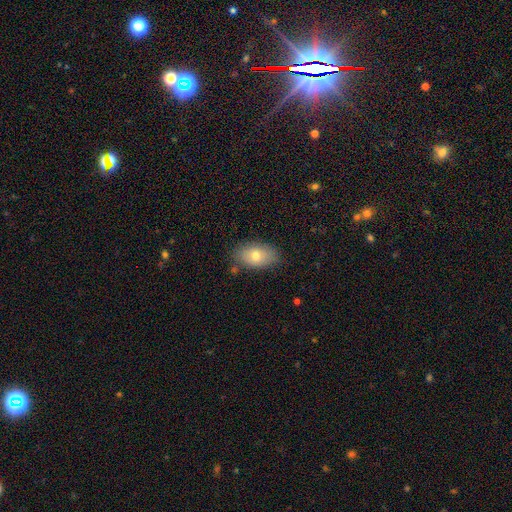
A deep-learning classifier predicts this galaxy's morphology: Overall: smooth (74%). How rounded: in between (91%). Merging: none (79%).